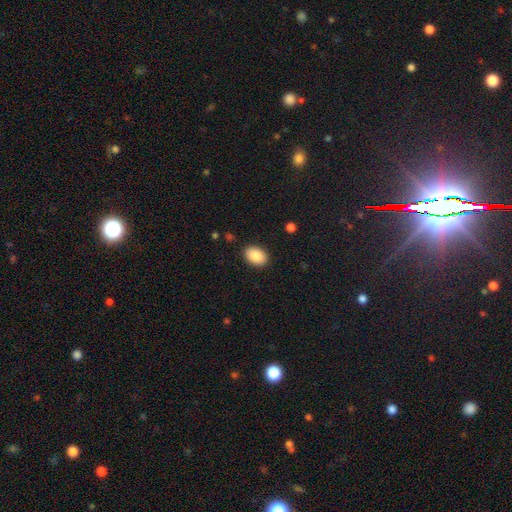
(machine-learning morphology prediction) Q: Smooth or featured?
A: smooth (89%); runner-up: star or artifact (7%)
Q: How rounded?
A: in between (83%); runner-up: round (16%)
Q: Merging?
A: none (89%); runner-up: minor disturbance (8%)